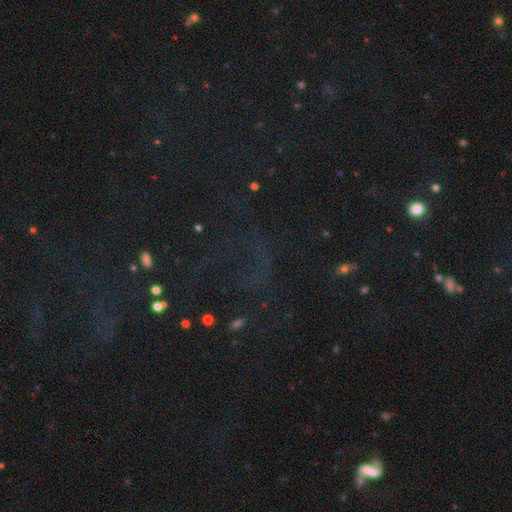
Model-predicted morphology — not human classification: The model was most divided on "smooth or featured": star or artifact: 75%, smooth: 15%, featured or disk: 10%.